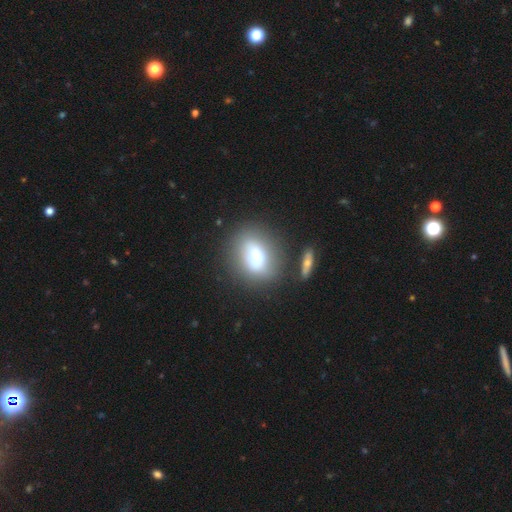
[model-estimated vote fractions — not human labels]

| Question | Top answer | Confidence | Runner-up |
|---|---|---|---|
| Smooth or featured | smooth | 63% | featured or disk (21%) |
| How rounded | round | 67% | in between (32%) |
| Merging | none | 79% | minor disturbance (10%) |